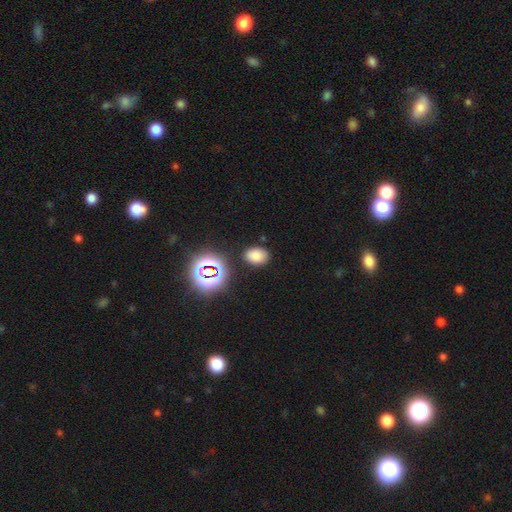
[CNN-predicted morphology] Q: Smooth or featured?
A: smooth (75%); runner-up: star or artifact (18%)
Q: How rounded?
A: in between (74%); runner-up: round (24%)
Q: Merging?
A: none (84%); runner-up: minor disturbance (10%)